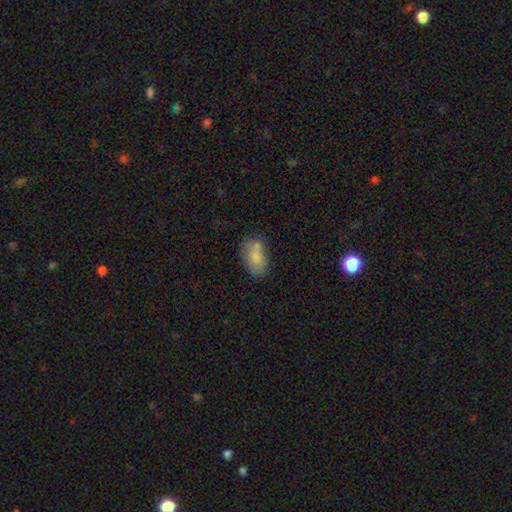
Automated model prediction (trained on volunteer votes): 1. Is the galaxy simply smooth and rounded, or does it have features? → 77% smooth, 15% featured or disk, 8% star or artifact.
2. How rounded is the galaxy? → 89% in between, 9% round, 2% cigar-shaped.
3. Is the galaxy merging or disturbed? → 53% none, 21% merger, 20% minor disturbance, 6% major disturbance.